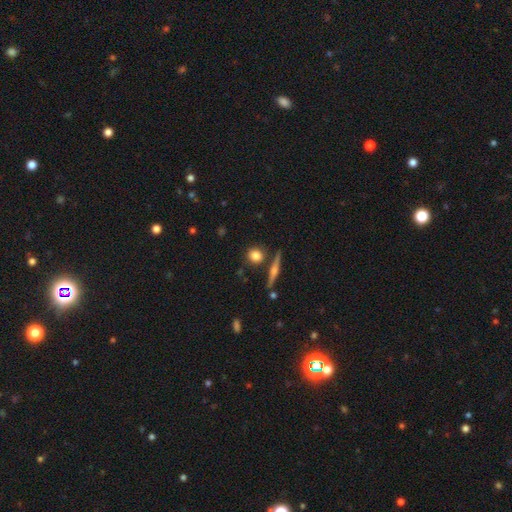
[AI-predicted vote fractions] Overall: smooth (77%). How rounded: round (84%). Merging: none (79%).